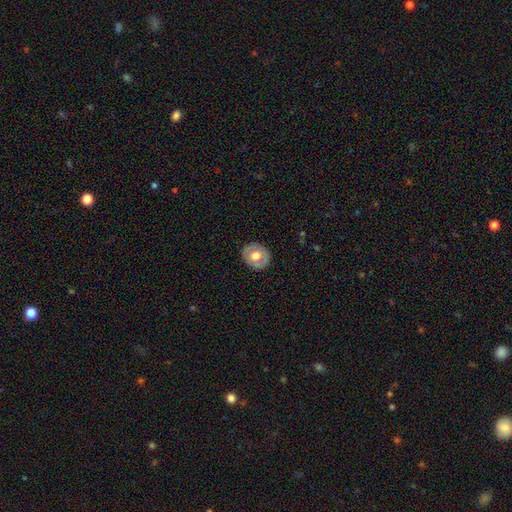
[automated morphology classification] type=smooth (53%); roundness=round (74%); merging=none (86%).